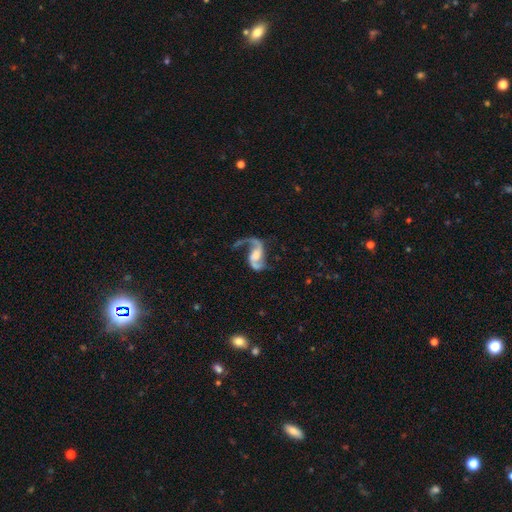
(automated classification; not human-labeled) Q: Smooth or featured?
A: featured or disk (90%); runner-up: smooth (5%)
Q: Edge-on disk?
A: no (97%); runner-up: yes (3%)
Q: Bar?
A: no (41%); runner-up: weak (39%)
Q: Spiral arms?
A: yes (97%); runner-up: no (3%)
Q: Spiral winding?
A: loose (70%); runner-up: medium (25%)
Q: Spiral arm count?
A: 2 (88%); runner-up: 1 (7%)
Q: Bulge size?
A: moderate (28%); runner-up: none (26%)
Q: Merging?
A: none (58%); runner-up: major disturbance (22%)